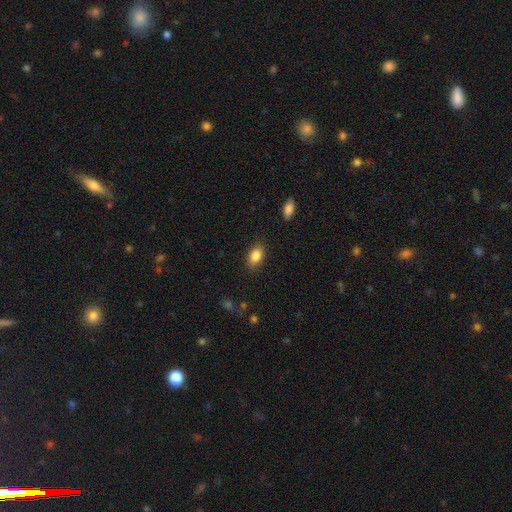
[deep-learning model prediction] Smooth or featured?
  - smooth: 85% *
  - star or artifact: 8%
  - featured or disk: 7%
How rounded?
  - in between: 88% *
  - round: 9%
  - cigar-shaped: 3%
Merging?
  - none: 85% *
  - minor disturbance: 12%
  - major disturbance: 3%
  - merger: 1%